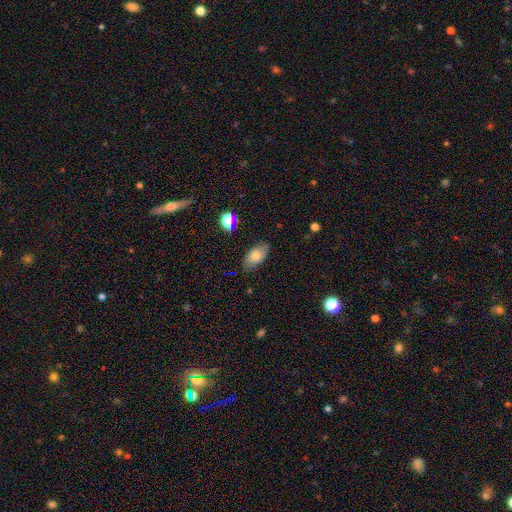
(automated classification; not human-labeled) Q: Smooth or featured?
A: smooth (76%); runner-up: featured or disk (15%)
Q: How rounded?
A: in between (92%); runner-up: round (5%)
Q: Merging?
A: none (79%); runner-up: minor disturbance (16%)